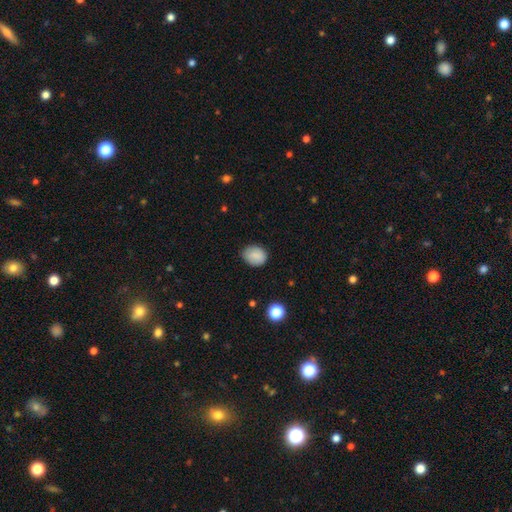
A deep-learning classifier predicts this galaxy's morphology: This appears to be a smooth galaxy with no disk features (86%) that is round (50%). Merging: none (79%).